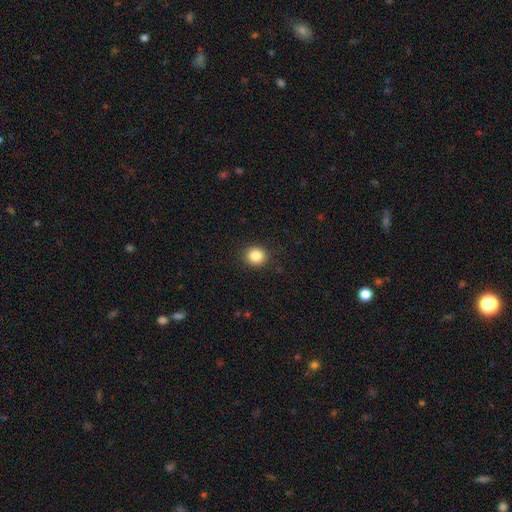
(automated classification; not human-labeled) Smooth or featured: smooth — 85% (star or artifact — 10%)
How rounded: round — 83% (in between — 16%)
Merging: none — 90% (minor disturbance — 7%)